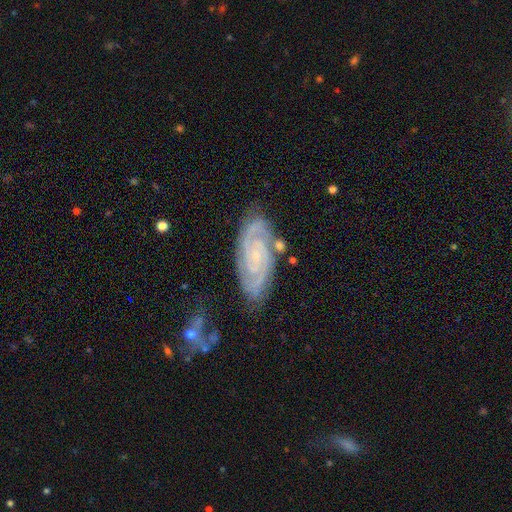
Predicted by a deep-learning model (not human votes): This appears to be a featured or disk galaxy (86%) with no bar (63%), 2 (55%) tight (72%) spiral arms (98%) and a small central bulge (79%). Merging: none (74%).